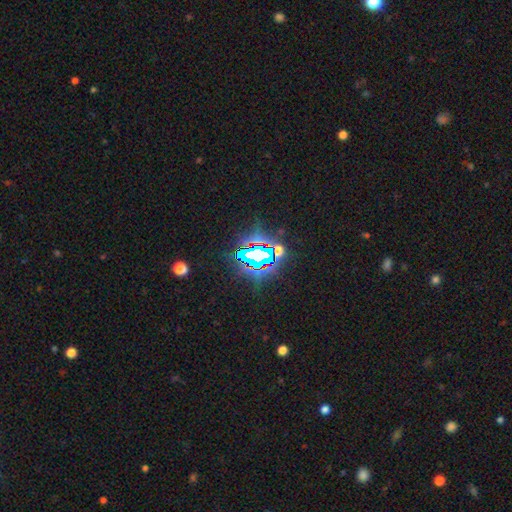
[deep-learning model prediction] smooth-or-featured: star or artifact: 77% | smooth: 12% | featured or disk: 11%